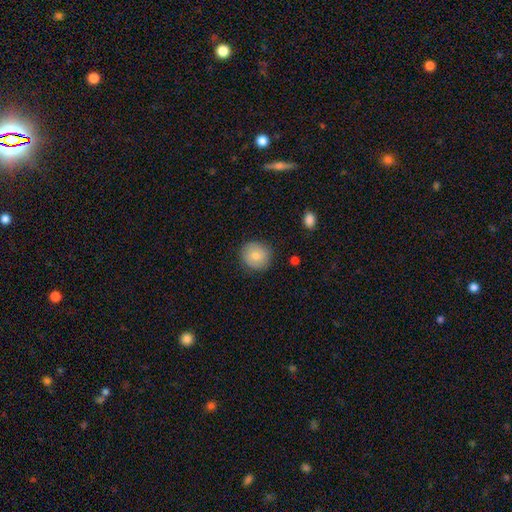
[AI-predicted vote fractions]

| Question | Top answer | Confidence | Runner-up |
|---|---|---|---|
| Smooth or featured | smooth | 80% | featured or disk (12%) |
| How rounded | round | 90% | in between (9%) |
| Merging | none | 86% | minor disturbance (10%) |